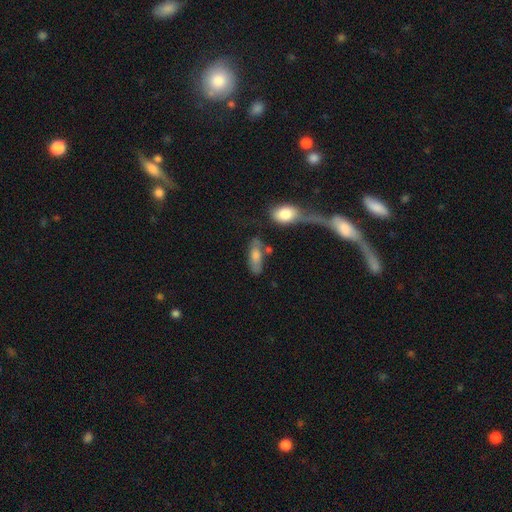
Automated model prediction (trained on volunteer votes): The model was most divided on "merging": none: 53%, minor disturbance: 23%, merger: 13%, major disturbance: 11%. More confident: how rounded — in between (70%); smooth or featured — smooth (67%).